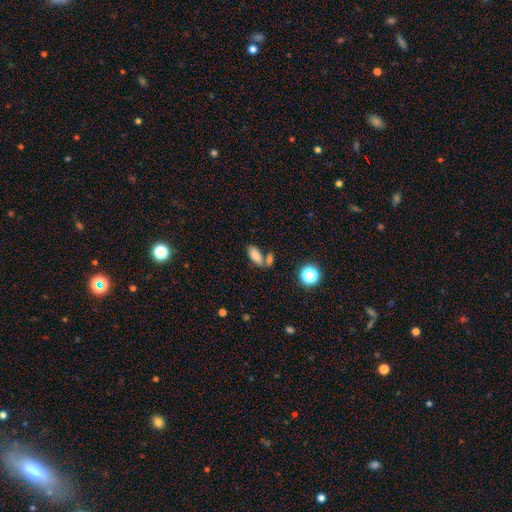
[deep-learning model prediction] This appears to be a smooth galaxy with no disk features (81%) that is in between round and cigar-shaped (87%). Merging: none (48%).